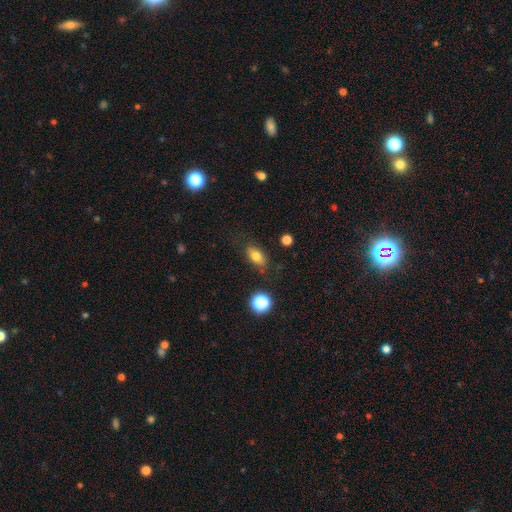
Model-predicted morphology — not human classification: smooth 77%, featured or disk 13%, star or artifact 10%. Down the decision tree: how rounded — in between (83%); merging — none (80%).